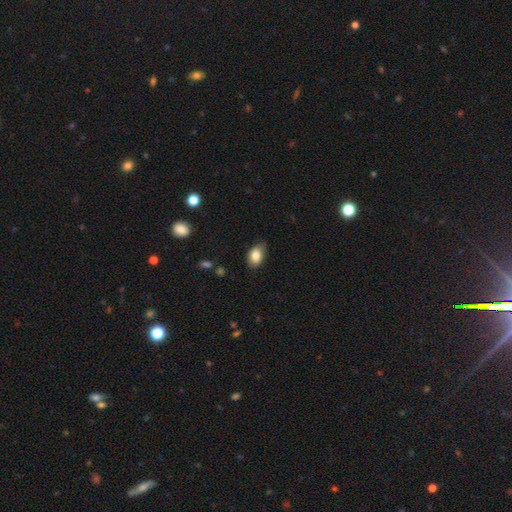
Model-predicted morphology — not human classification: This is clearly a smooth galaxy (83%). How rounded: clearly in between (88%). Merging: likely none (73%).